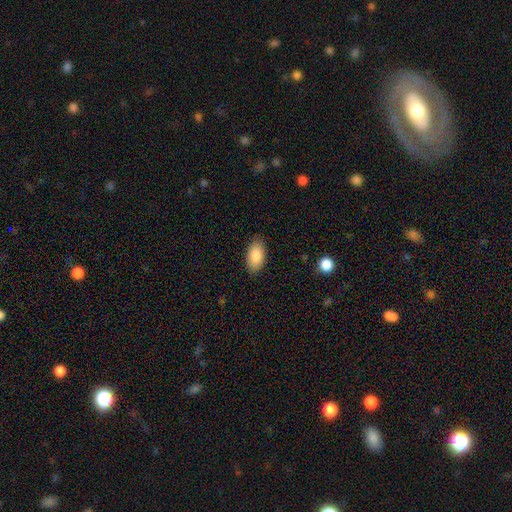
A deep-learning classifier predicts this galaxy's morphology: smooth-or-featured: smooth: 87% | star or artifact: 7% | featured or disk: 6%
  how-rounded: in between: 94% | round: 3% | cigar-shaped: 2%
  merging: none: 87% | minor disturbance: 9% | major disturbance: 2% | merger: 1%